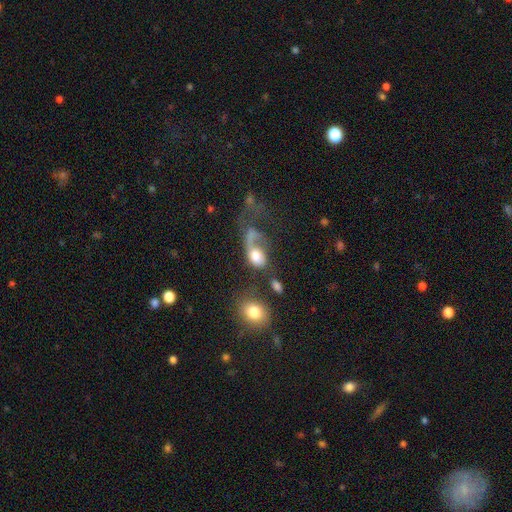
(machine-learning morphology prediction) type=smooth (52%); roundness=in between (72%); merging=major disturbance (50%).